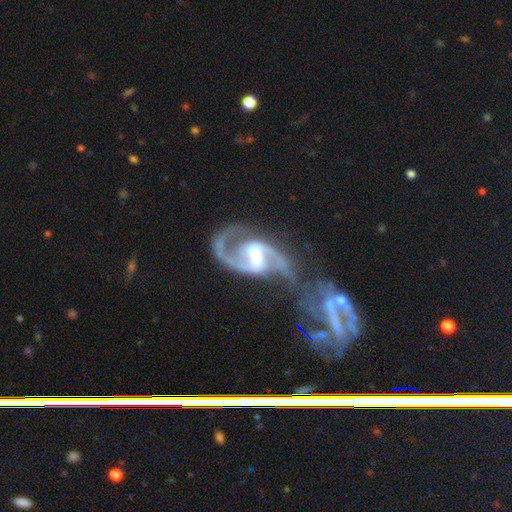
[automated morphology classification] This appears to be a featured or disk galaxy (91%) with a weak bar (47%), 2 (90%) medium (52%) spiral arms (97%) and a moderate central bulge (60%). Merging: none (38%).